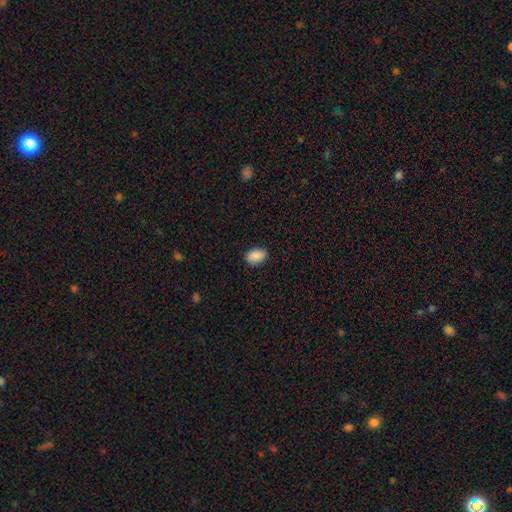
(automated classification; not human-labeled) Smooth or featured? smooth (89%)
How rounded? in between (82%)
Merging? none (88%)